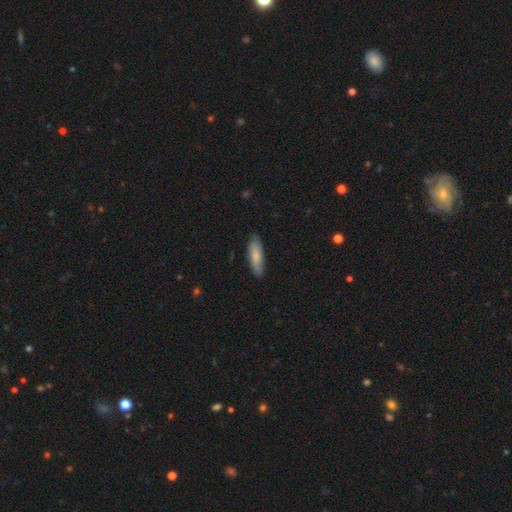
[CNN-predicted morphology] A smooth galaxy with no disk features (76%) that is cigar-shaped (58%).

Vote fractions:
- Smooth or featured? smooth: 76% / featured or disk: 19% / star or artifact: 6%
- How rounded? cigar-shaped: 58% / in between: 41% / round: 2%
- Merging? none: 82% / minor disturbance: 15% / major disturbance: 2% / merger: 1%